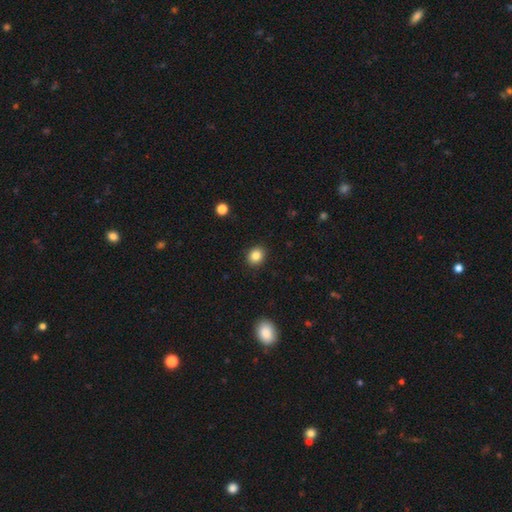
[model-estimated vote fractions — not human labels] This is clearly a smooth galaxy (85%). How rounded: likely round (67%). Merging: clearly none (91%).